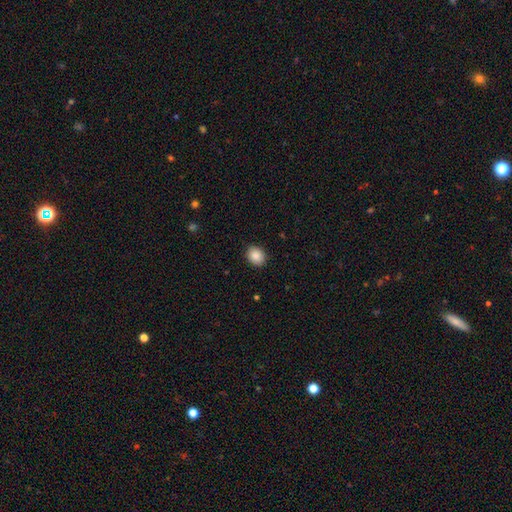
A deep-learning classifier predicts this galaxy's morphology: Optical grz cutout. It shows a smooth galaxy with no disk features (88%) that is round (52%). Merging: none (90%).